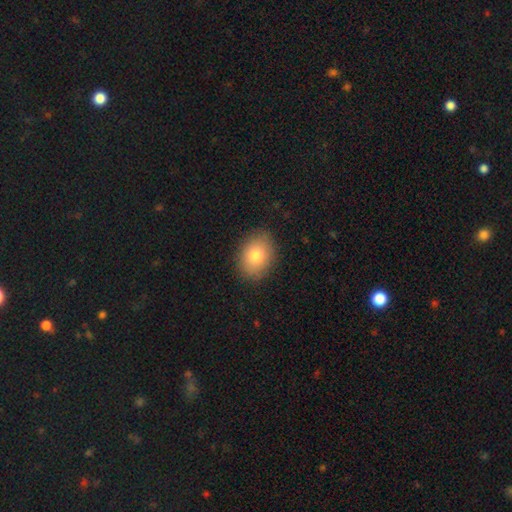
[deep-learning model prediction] smooth_or_featured: smooth (p=0.80) [alt: featured or disk p=0.12]
how_rounded: in between (p=0.69) [alt: round p=0.30]
merging: none (p=0.87) [alt: minor disturbance p=0.10]